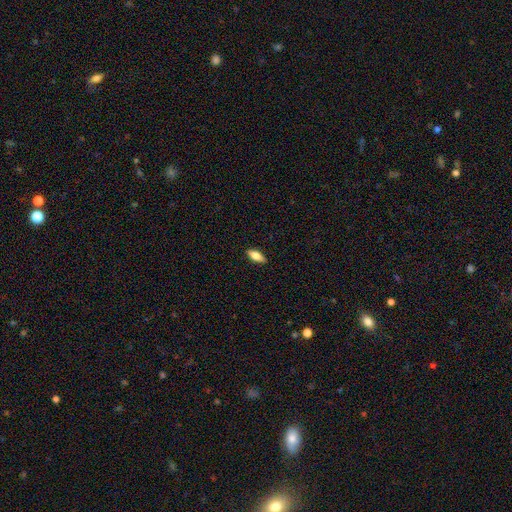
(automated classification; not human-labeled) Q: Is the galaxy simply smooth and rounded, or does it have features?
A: smooth — 77%.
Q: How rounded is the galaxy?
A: in between — 78%.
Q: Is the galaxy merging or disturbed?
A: none — 88%.